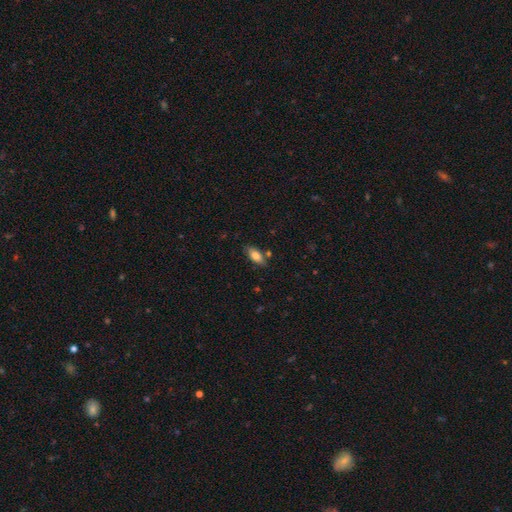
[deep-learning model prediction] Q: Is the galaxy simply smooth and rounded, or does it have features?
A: smooth — 79%.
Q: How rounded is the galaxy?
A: in between — 87%.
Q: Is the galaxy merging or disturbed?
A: none — 76%.